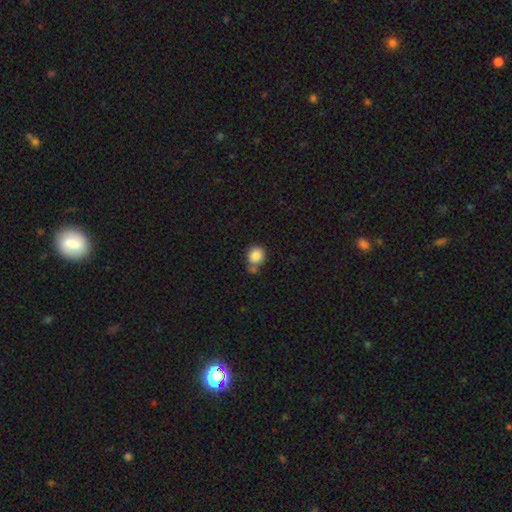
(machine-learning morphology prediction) smooth_or_featured: smooth (p=0.86) [alt: star or artifact p=0.09]
how_rounded: round (p=0.76) [alt: in between p=0.23]
merging: none (p=0.51) [alt: merger p=0.28]